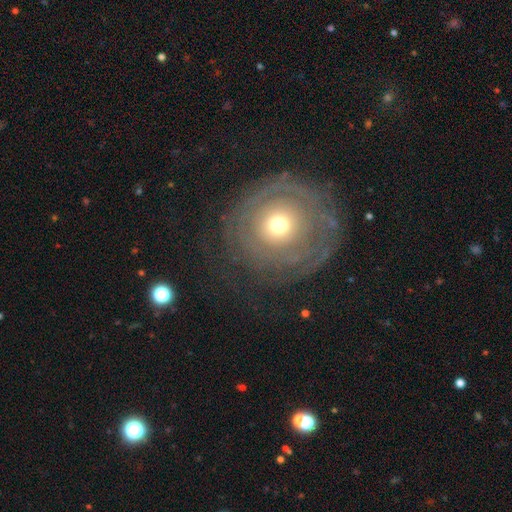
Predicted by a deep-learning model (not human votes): A featured or disk galaxy (50%). Merging: none (75%).